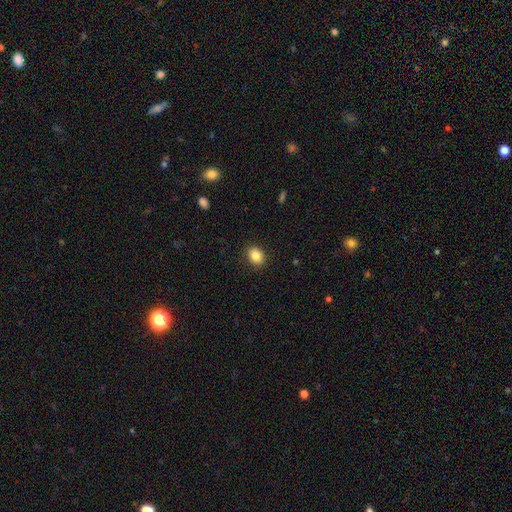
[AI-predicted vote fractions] Smooth or featured: smooth — 85% (star or artifact — 9%)
How rounded: in between — 55% (round — 44%)
Merging: none — 89% (minor disturbance — 8%)